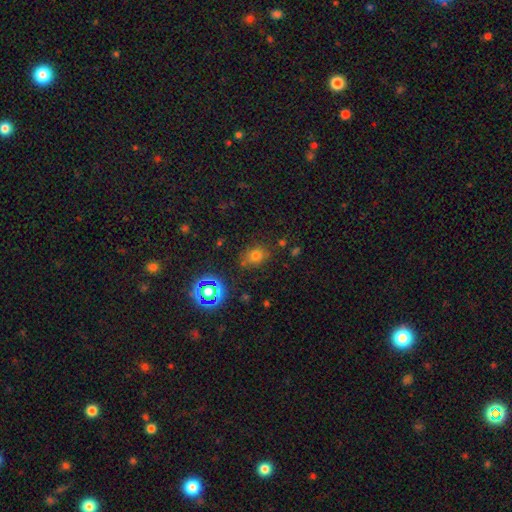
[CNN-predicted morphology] smooth 67%, star or artifact 24%, featured or disk 9%. Down the decision tree: how rounded — in between (50%); merging — none (75%).